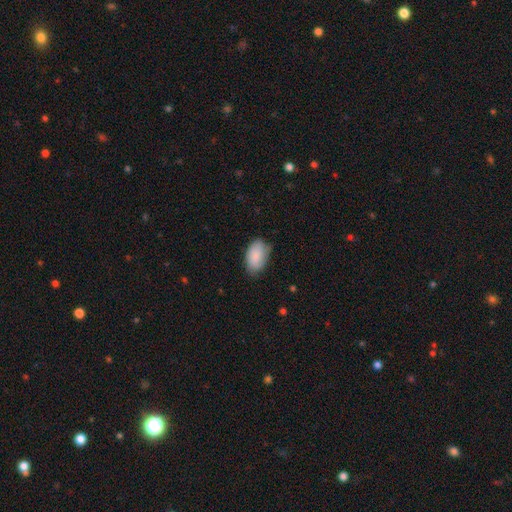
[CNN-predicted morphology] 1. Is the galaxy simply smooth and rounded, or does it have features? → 86% smooth, 8% featured or disk, 6% star or artifact.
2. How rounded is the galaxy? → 93% in between, 5% round, 1% cigar-shaped.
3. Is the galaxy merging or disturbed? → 68% none, 26% minor disturbance, 5% major disturbance, 1% merger.